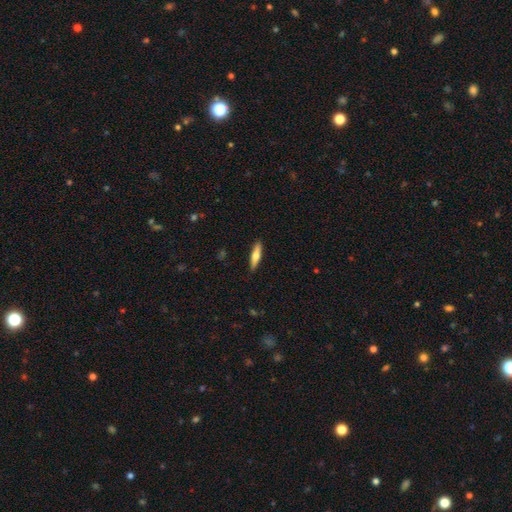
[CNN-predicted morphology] This appears to be a smooth galaxy with no disk features (56%) that is cigar-shaped (76%). Merging: none (89%).